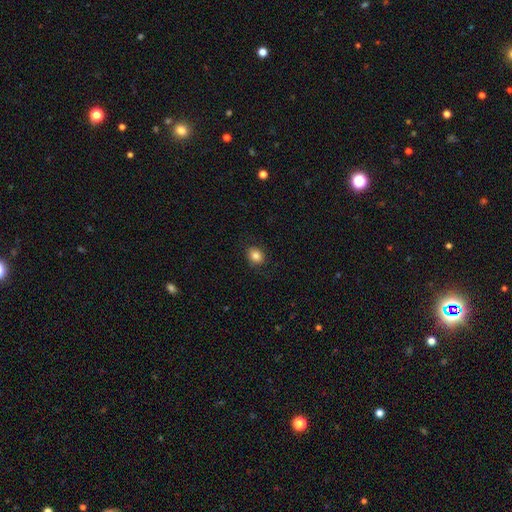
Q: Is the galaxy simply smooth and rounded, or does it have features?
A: smooth — 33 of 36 (92%).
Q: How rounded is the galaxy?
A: round — 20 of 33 (61%).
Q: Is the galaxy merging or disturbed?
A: none — 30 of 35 (86%).